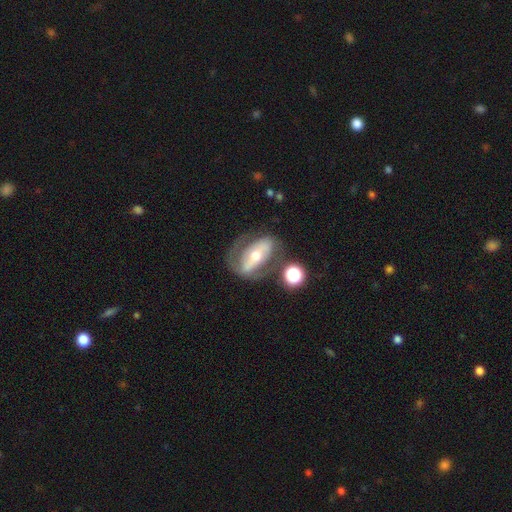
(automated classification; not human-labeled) Smooth or featured? featured or disk (72%)
Edge-on disk? no (91%)
Bar? strong (51%)
Spiral arms? yes (64%)
Bulge size? moderate (62%)
Merging? none (56%)